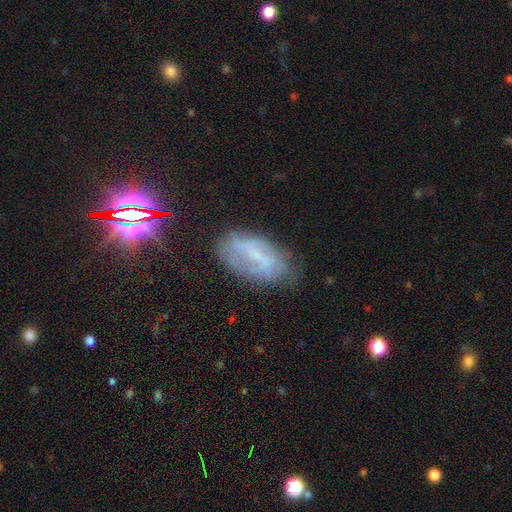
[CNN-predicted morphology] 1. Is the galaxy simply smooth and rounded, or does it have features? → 51% featured or disk, 34% smooth, 16% star or artifact.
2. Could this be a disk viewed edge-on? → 91% no, 9% yes.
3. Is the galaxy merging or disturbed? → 61% none, 24% minor disturbance, 12% major disturbance, 3% merger.